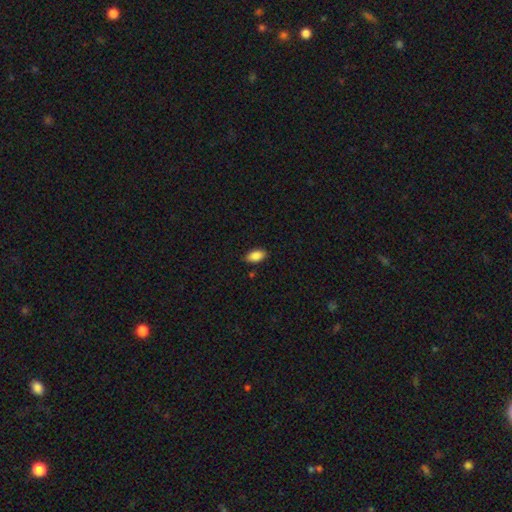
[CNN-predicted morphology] Overall: smooth (88%). How rounded: in between (93%). Merging: none (87%).